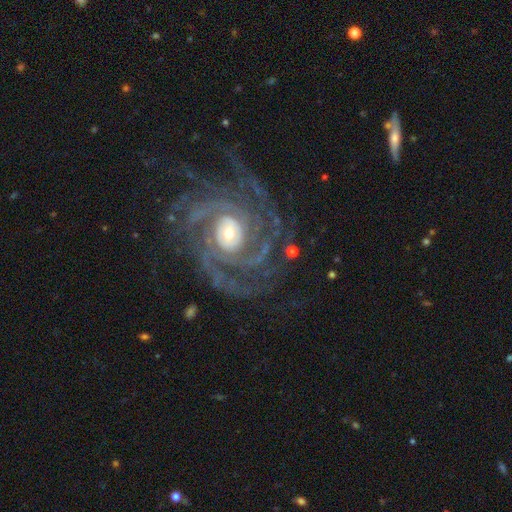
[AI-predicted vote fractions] Smooth or featured? Predicted: featured or disk (p=0.93). Edge-on disk? Predicted: no (p=0.98). Bar? Predicted: no (p=0.55). Spiral arms? Predicted: yes (p=0.99). Spiral winding? Predicted: tight (p=0.67). Spiral arm count? Predicted: 3 (p=0.29). Bulge size? Predicted: moderate (p=0.63). Merging? Predicted: none (p=0.75).